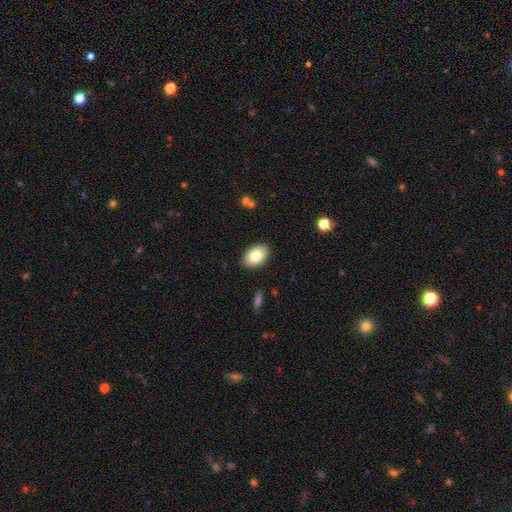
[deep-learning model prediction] Smooth or featured?
  - smooth: 80% *
  - featured or disk: 13%
  - star or artifact: 7%
How rounded?
  - in between: 89% *
  - round: 10%
  - cigar-shaped: 1%
Merging?
  - none: 88% *
  - minor disturbance: 8%
  - major disturbance: 2%
  - merger: 1%